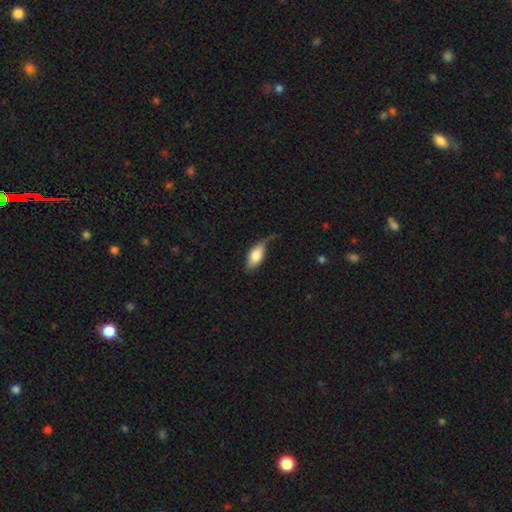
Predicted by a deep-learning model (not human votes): smooth-or-featured: smooth: 78% | featured or disk: 16% | star or artifact: 6%
  how-rounded: in between: 88% | cigar-shaped: 8% | round: 4%
  merging: none: 42% | minor disturbance: 38% | major disturbance: 17% | merger: 3%